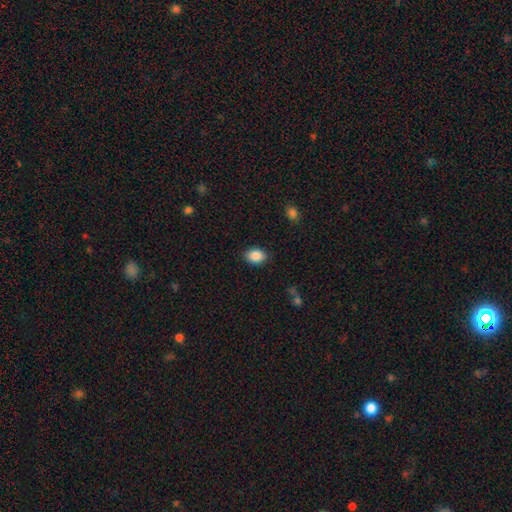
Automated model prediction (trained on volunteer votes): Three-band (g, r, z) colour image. It shows a smooth galaxy with no disk features (88%) that is in between round and cigar-shaped (70%). Merging: none (87%).